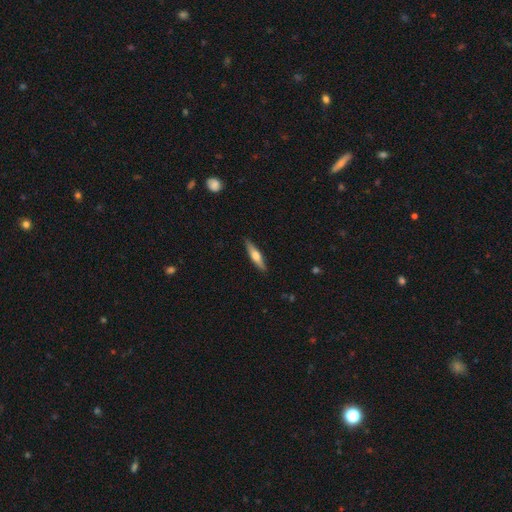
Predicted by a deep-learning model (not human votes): Morphology: type=featured or disk (49%); merging=none (89%).